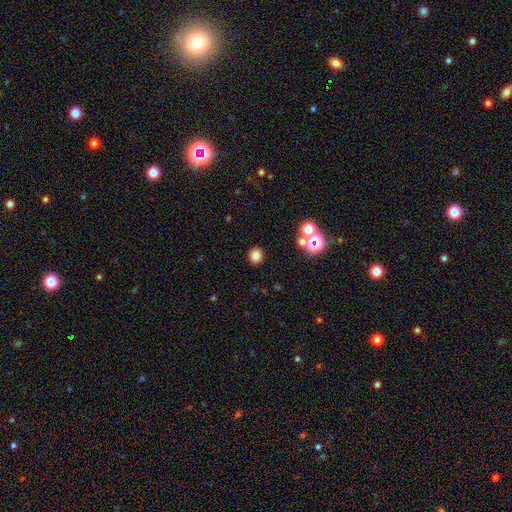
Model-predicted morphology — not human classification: The model was most divided on "how rounded": round: 77%, in between: 22%, cigar-shaped: 1%. More confident: merging — none (89%); smooth or featured — smooth (79%).